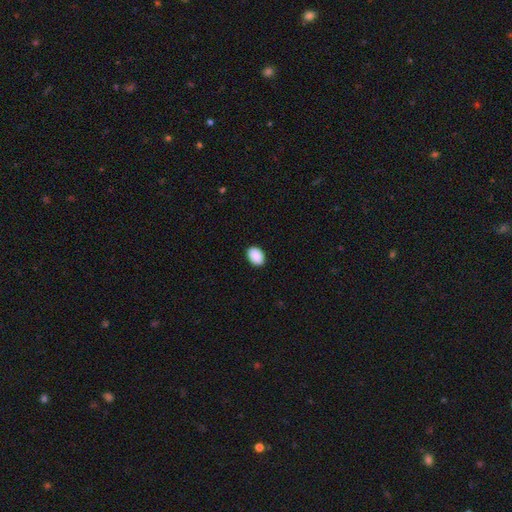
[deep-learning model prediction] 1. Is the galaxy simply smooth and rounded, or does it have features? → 91% smooth, 7% star or artifact, 2% featured or disk.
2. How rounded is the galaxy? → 84% in between, 15% round, 1% cigar-shaped.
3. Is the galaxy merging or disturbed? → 90% none, 8% minor disturbance, 2% major disturbance, 1% merger.